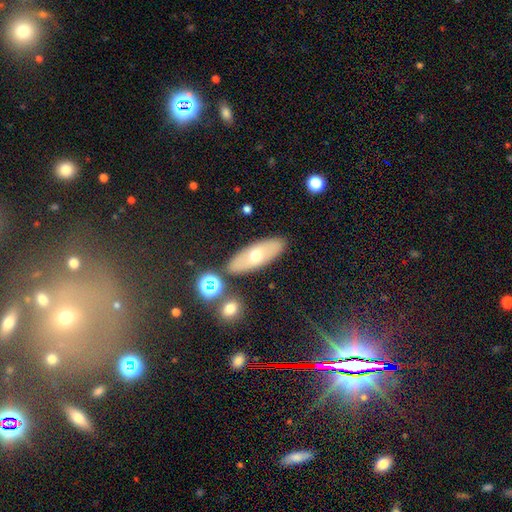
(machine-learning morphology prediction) smooth_or_featured: smooth (p=0.56) [alt: featured or disk p=0.35]
how_rounded: in between (p=0.74) [alt: cigar-shaped p=0.23]
merging: none (p=0.84) [alt: minor disturbance p=0.09]